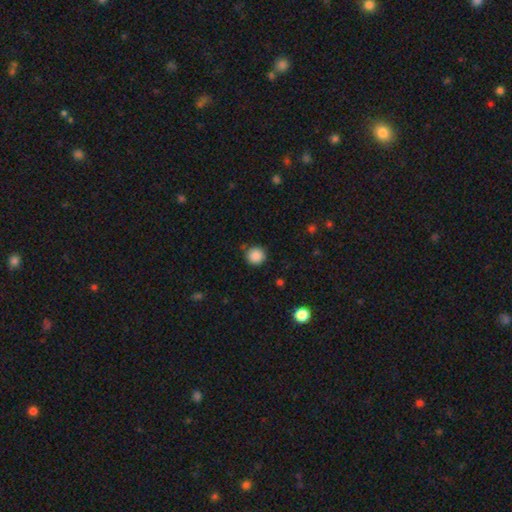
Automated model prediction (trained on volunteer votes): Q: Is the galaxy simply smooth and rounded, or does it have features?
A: smooth — 87%.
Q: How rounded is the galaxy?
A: round — 94%.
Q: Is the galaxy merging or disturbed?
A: none — 84%.